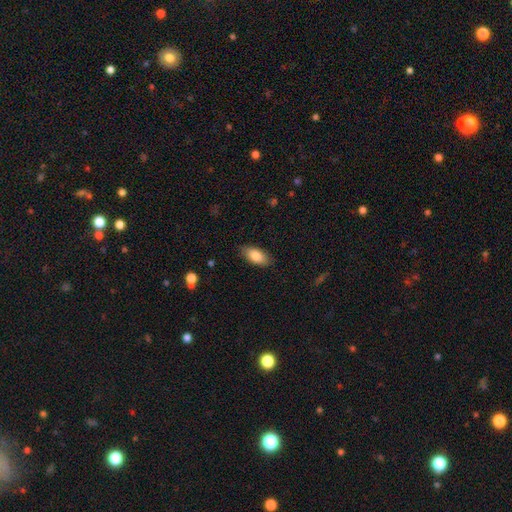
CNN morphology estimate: smooth 84%, featured or disk 10%, star or artifact 6%. Down the decision tree: how rounded — in between (90%); merging — none (85%).